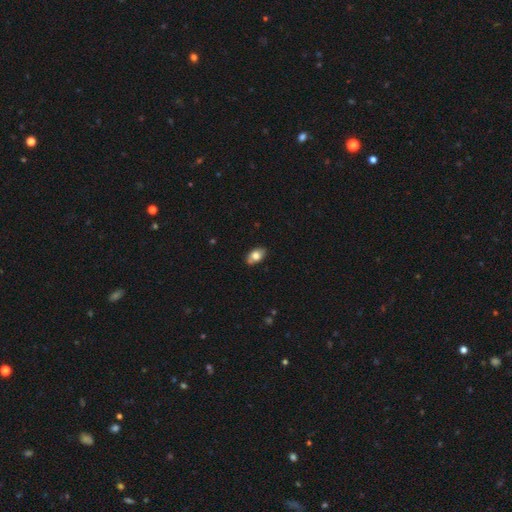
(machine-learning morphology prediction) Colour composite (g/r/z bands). It shows a smooth galaxy with no disk features (76%) that is in between round and cigar-shaped (90%). Merging: none (80%).